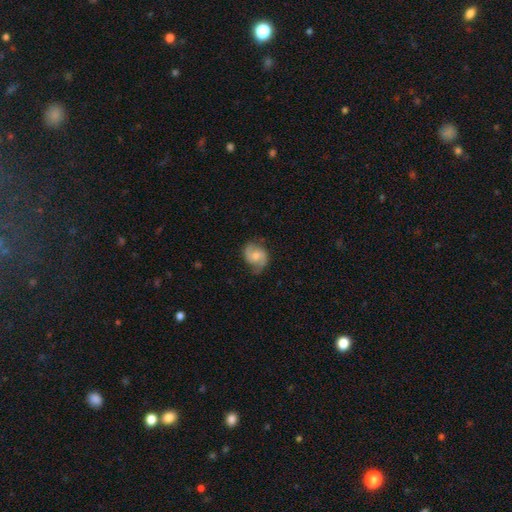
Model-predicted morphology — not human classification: The model was most divided on "bar": no: 51%, weak: 42%, strong: 7%. More confident: edge-on disk — no (98%); spiral arms — yes (96%); spiral arm count — 2 (90%); smooth or featured — featured or disk (77%); merging — none (75%); spiral winding — medium (53%); bulge size — moderate (50%).